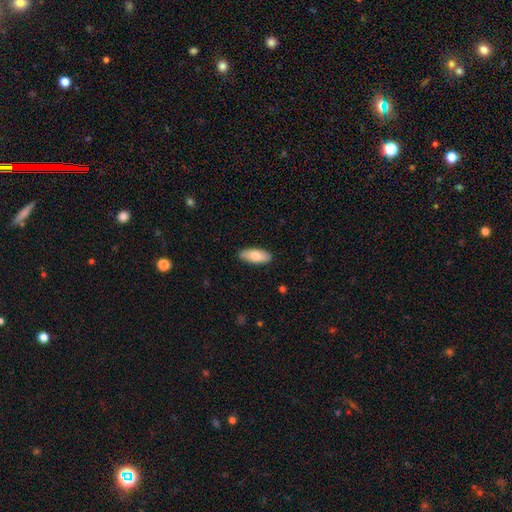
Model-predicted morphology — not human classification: This appears to be a smooth galaxy with no disk features (80%) that is in between round and cigar-shaped (83%). Merging: none (88%).